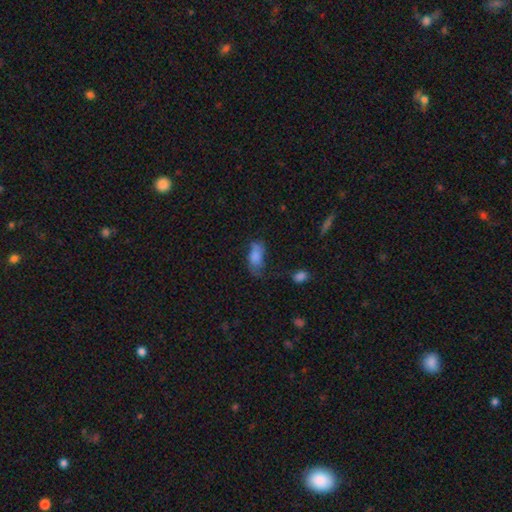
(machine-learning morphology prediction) smooth_or_featured: smooth (p=0.70) [alt: featured or disk p=0.21]
how_rounded: in between (p=0.89) [alt: cigar-shaped p=0.07]
merging: none (p=0.39) [alt: minor disturbance p=0.32]